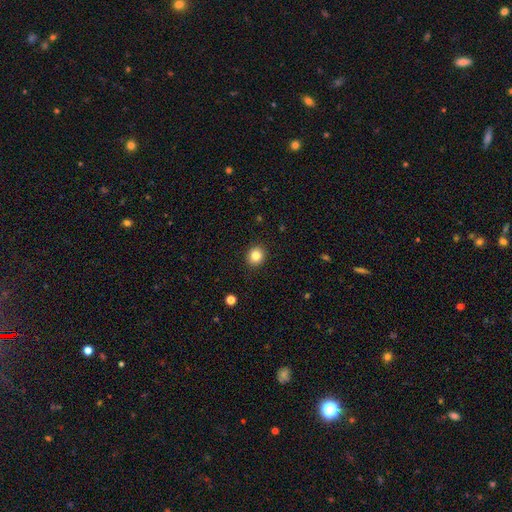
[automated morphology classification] Smooth or featured: smooth — 83% (star or artifact — 11%)
How rounded: round — 75% (in between — 24%)
Merging: none — 91% (minor disturbance — 6%)